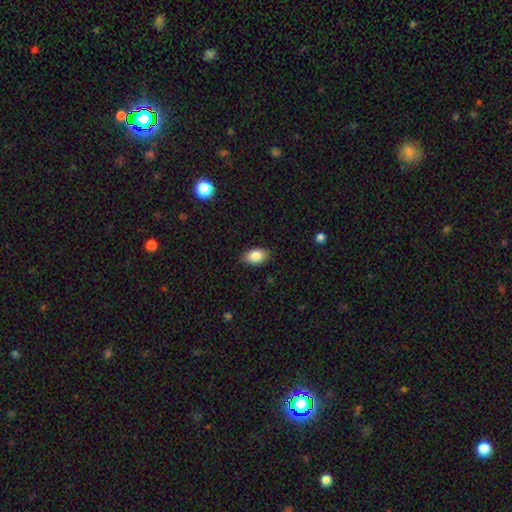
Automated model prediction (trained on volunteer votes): smooth 86%, star or artifact 8%, featured or disk 6%. Down the decision tree: how rounded — in between (89%); merging — none (86%).